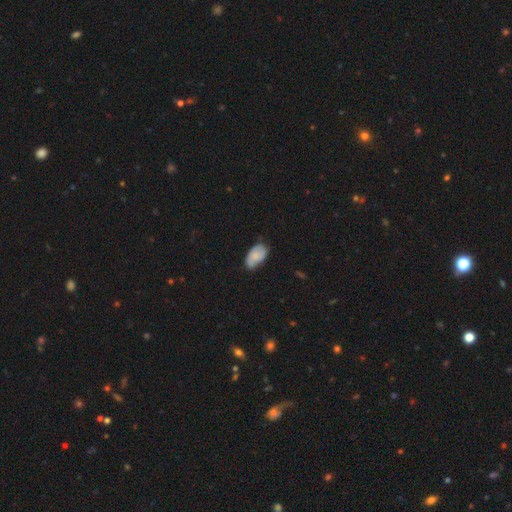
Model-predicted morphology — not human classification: smooth_or_featured: smooth (p=0.64) [alt: featured or disk p=0.29]
how_rounded: in between (p=0.93) [alt: round p=0.05]
merging: none (p=0.58) [alt: minor disturbance p=0.33]